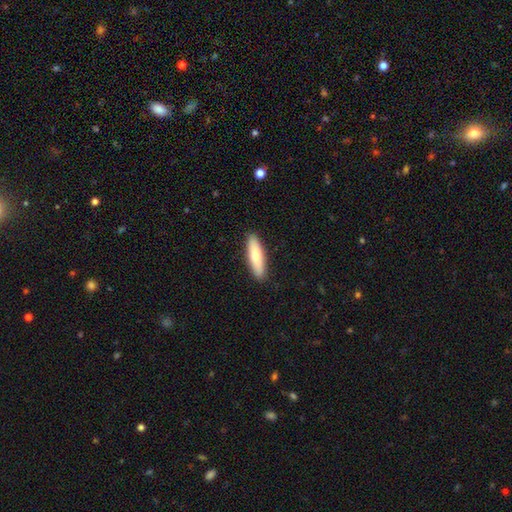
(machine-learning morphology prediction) Overall: smooth (75%). How rounded: cigar-shaped (64%; in between 34%). Merging: none (90%).